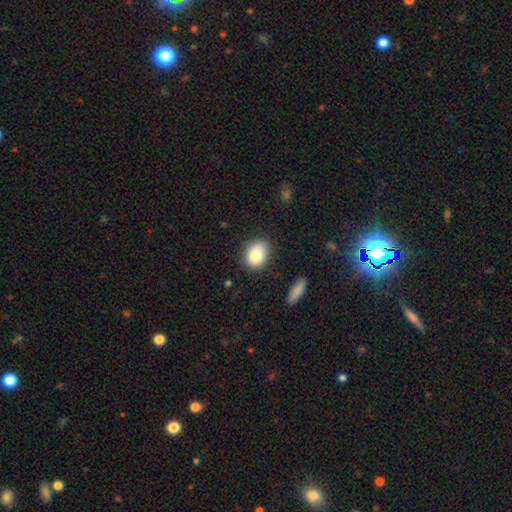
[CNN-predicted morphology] type=smooth (83%); roundness=in between (64%); merging=none (72%).